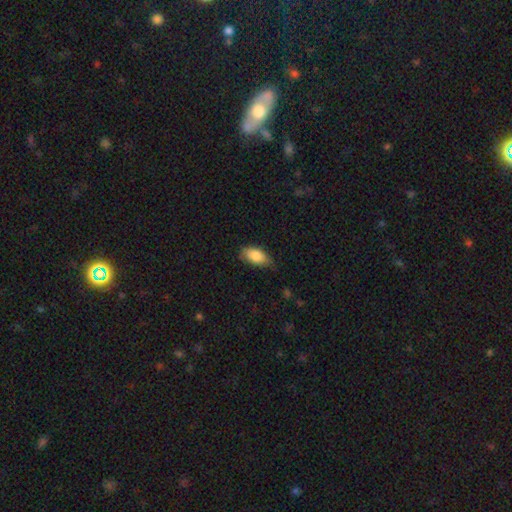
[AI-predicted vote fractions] The model was most divided on "merging": none: 67%, minor disturbance: 28%, major disturbance: 4%, merger: 1%. More confident: how rounded — in between (92%); smooth or featured — smooth (85%).